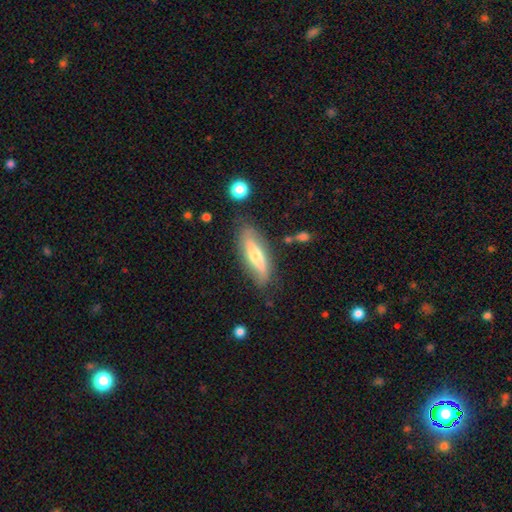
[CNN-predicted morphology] type=featured or disk (52%); edge-on=yes (57%); merging=none (79%).